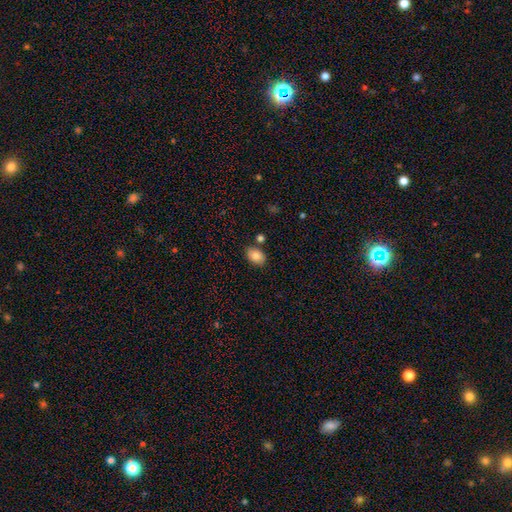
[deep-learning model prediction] Morphology: type=smooth (84%); roundness=in between (84%); merging=none (79%).